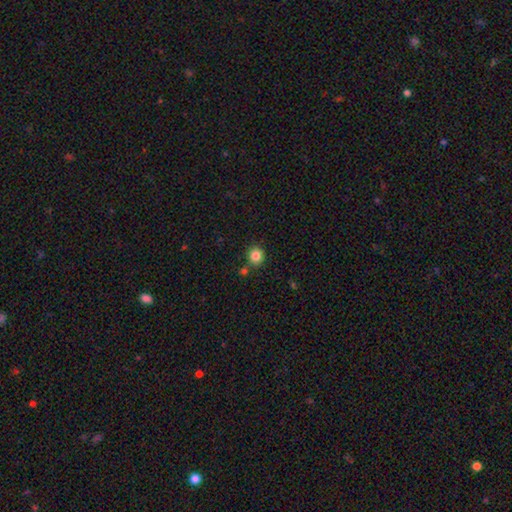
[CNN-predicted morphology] smooth 85%, star or artifact 11%, featured or disk 4%. Down the decision tree: how rounded — round (89%); merging — none (80%).